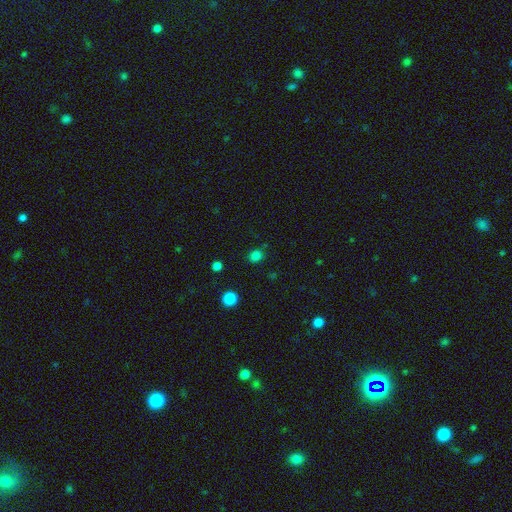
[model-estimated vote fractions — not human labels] Smooth or featured? smooth (79%)
How rounded? round (73%)
Merging? none (84%)